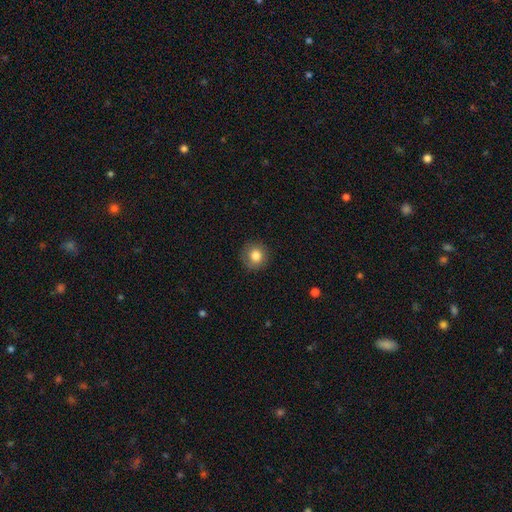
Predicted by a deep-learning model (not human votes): Q: Smooth or featured?
A: smooth (83%); runner-up: star or artifact (9%)
Q: How rounded?
A: round (91%); runner-up: in between (8%)
Q: Merging?
A: none (86%); runner-up: minor disturbance (10%)